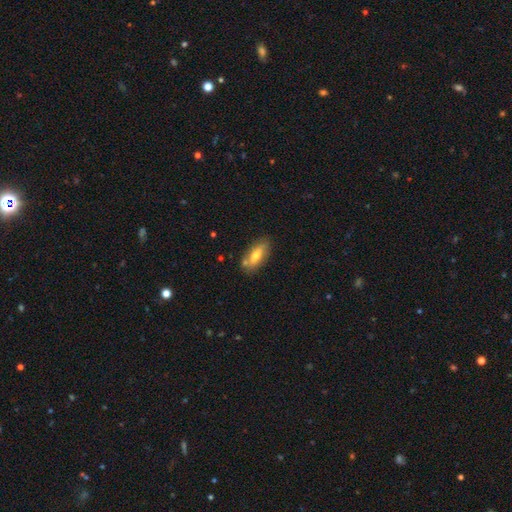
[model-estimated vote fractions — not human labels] This appears to be a smooth galaxy with no disk features (60%) that is in between round and cigar-shaped (74%). Merging: none (76%).